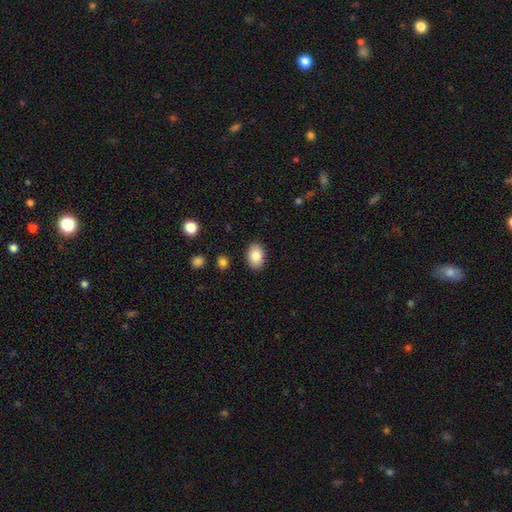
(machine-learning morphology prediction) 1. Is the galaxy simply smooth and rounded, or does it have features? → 85% smooth, 8% featured or disk, 7% star or artifact.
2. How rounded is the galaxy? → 85% in between, 14% round, 1% cigar-shaped.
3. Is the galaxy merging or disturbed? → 88% none, 9% minor disturbance, 2% major disturbance, 1% merger.